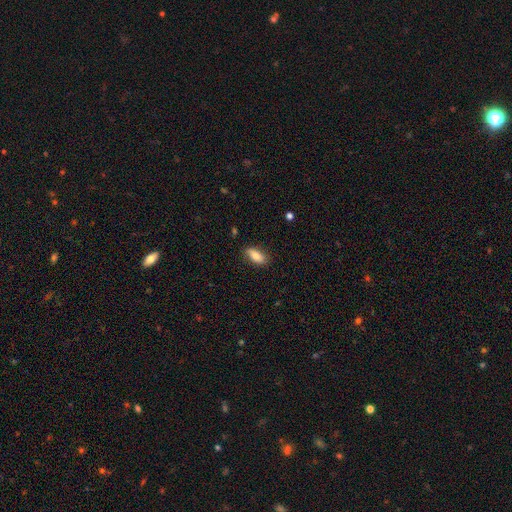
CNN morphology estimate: This appears to be a smooth galaxy with no disk features (81%) that is in between round and cigar-shaped (82%). Merging: none (83%).